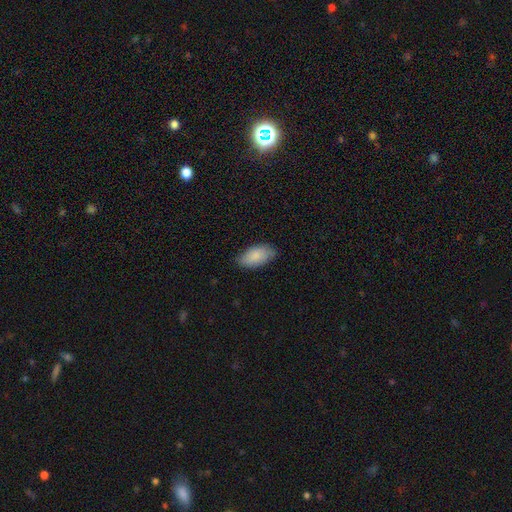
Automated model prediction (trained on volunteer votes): smooth-or-featured: smooth: 85% | featured or disk: 9% | star or artifact: 6%
  how-rounded: in between: 94% | cigar-shaped: 3% | round: 3%
  merging: none: 75% | minor disturbance: 21% | major disturbance: 3% | merger: 1%